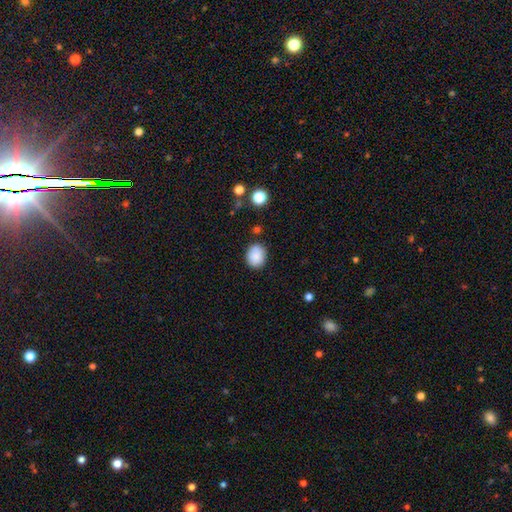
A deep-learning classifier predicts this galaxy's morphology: This appears to be a smooth galaxy with no disk features (87%) that is round (57%). Merging: none (81%).